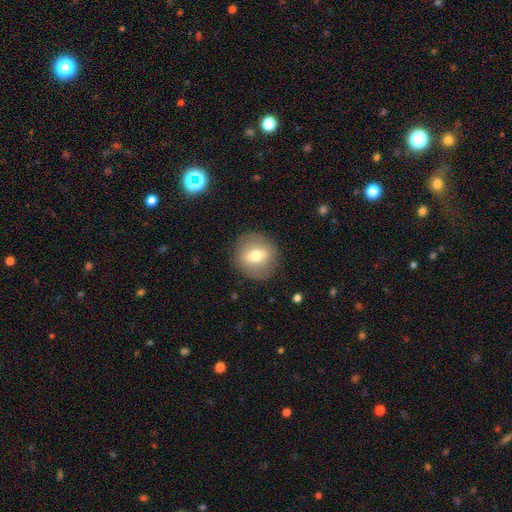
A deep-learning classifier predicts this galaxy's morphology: A smooth galaxy with no disk features (62%) that is round (84%).

Vote fractions:
- Smooth or featured? smooth: 62% / featured or disk: 30% / star or artifact: 8%
- How rounded? round: 84% / in between: 15% / cigar-shaped: 1%
- Merging? none: 87% / minor disturbance: 9% / major disturbance: 3% / merger: 1%